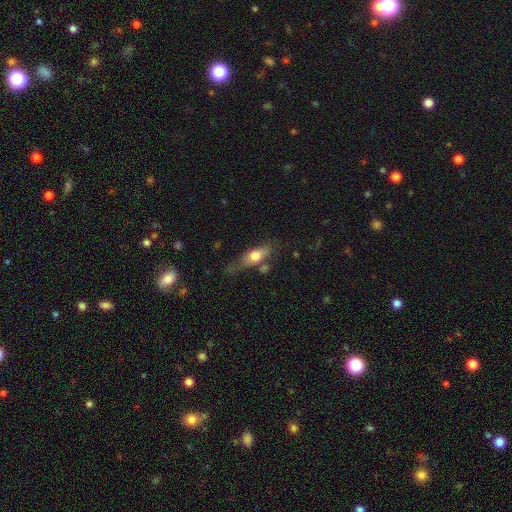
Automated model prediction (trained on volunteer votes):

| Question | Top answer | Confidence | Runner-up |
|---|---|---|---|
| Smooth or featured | smooth | 63% | featured or disk (29%) |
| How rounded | in between | 63% | cigar-shaped (31%) |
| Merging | none | 50% | minor disturbance (27%) |